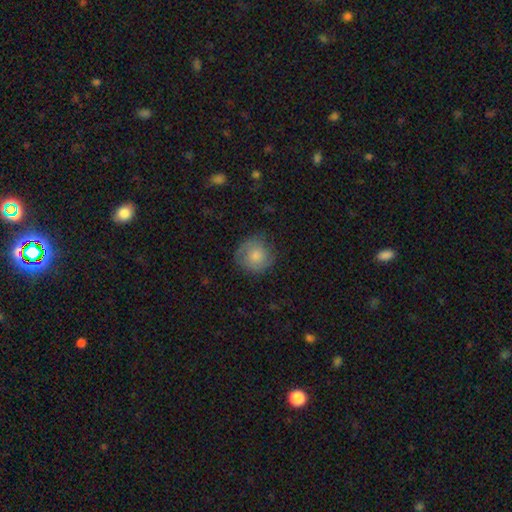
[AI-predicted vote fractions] smooth_or_featured: smooth (p=0.58) [alt: featured or disk p=0.34]
how_rounded: round (p=0.89) [alt: in between p=0.10]
merging: none (p=0.75) [alt: minor disturbance p=0.17]